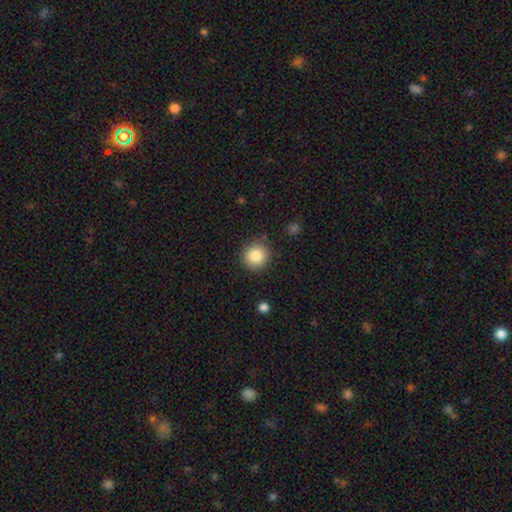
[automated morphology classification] Q: Smooth or featured?
A: smooth (85%); runner-up: star or artifact (9%)
Q: How rounded?
A: round (92%); runner-up: in between (7%)
Q: Merging?
A: none (88%); runner-up: minor disturbance (8%)